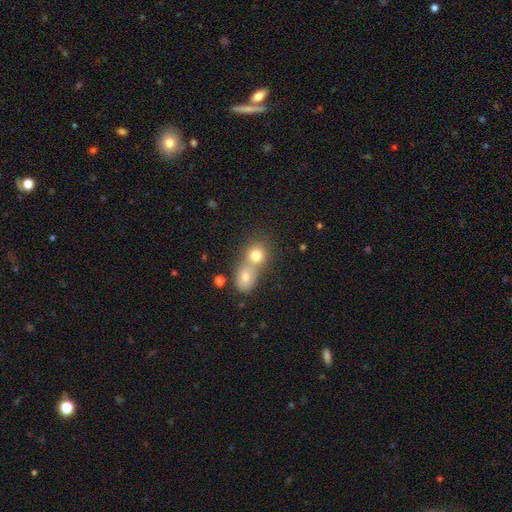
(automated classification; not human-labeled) Morphology: type=smooth (76%); roundness=round (75%); merging=merger (58%).